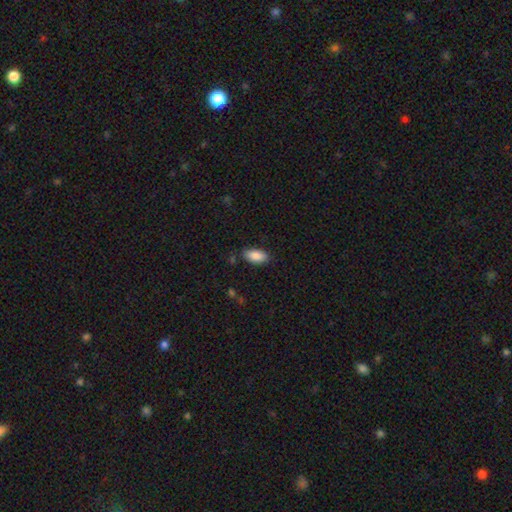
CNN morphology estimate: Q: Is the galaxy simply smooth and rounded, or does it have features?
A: smooth — 88%.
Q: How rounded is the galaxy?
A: in between — 92%.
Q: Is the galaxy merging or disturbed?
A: none — 83%.